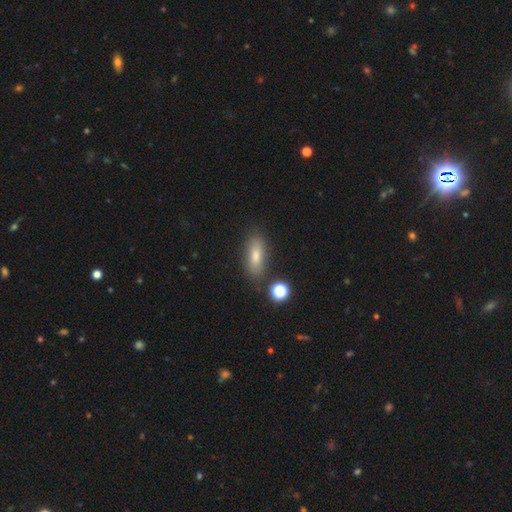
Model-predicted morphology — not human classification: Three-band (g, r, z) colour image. It shows a smooth galaxy with no disk features (74%) that is in between round and cigar-shaped (68%). Merging: none (80%).